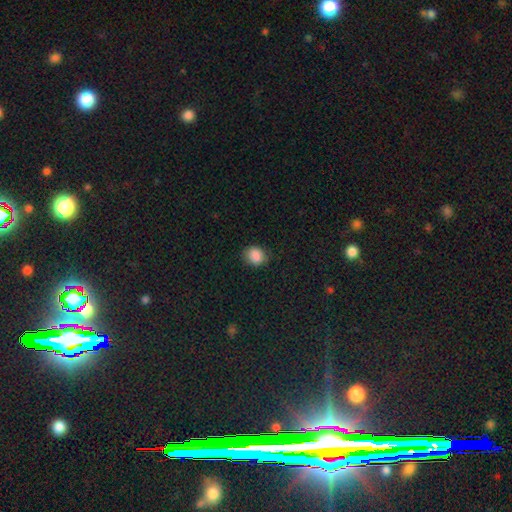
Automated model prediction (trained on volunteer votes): This appears to be a smooth galaxy with no disk features (86%) that is round (65%). Merging: none (81%).